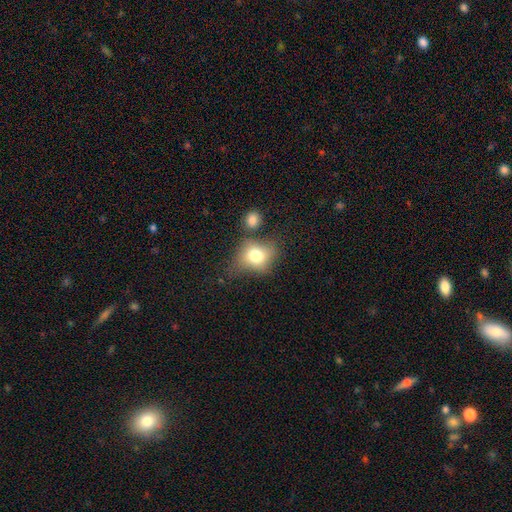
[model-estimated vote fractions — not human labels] Morphology: type=smooth (72%); roundness=round (51%); merging=none (53%).